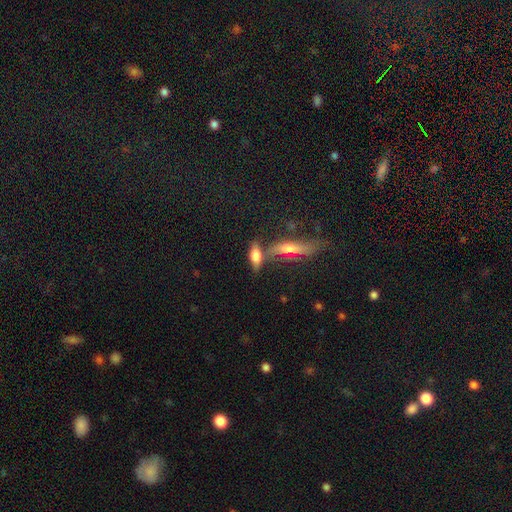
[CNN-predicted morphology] Smooth or featured? smooth (65%)
How rounded? in between (68%)
Merging? none (49%)